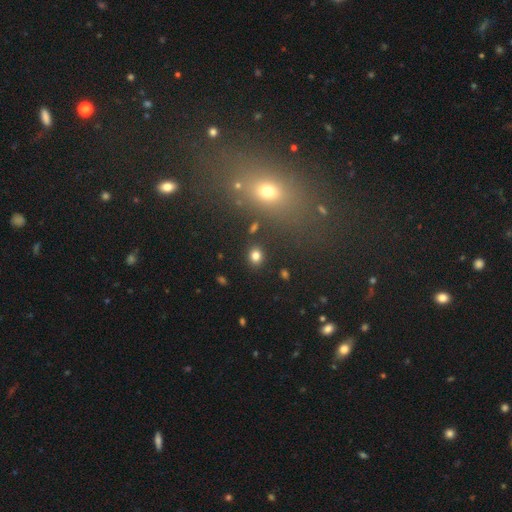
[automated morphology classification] smooth 81%, star or artifact 13%, featured or disk 6%. Down the decision tree: how rounded — round (61%); merging — none (87%).